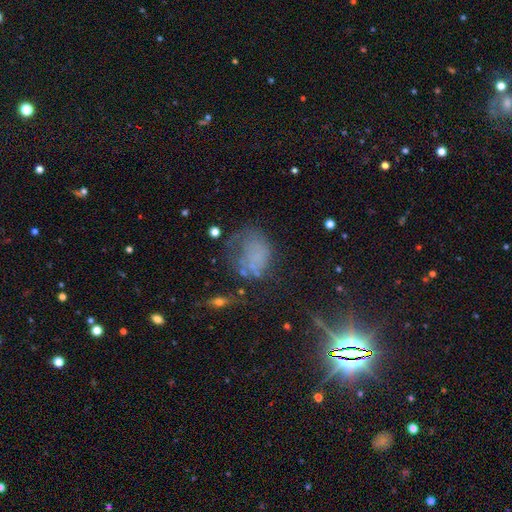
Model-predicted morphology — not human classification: Overall: smooth (43%; featured or disk 30%). Merging: none (38%; major disturbance 33%).